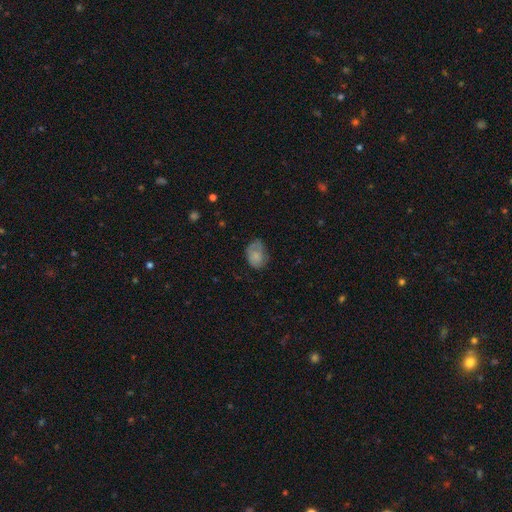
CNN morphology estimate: The model was most divided on "merging": none: 54%, minor disturbance: 32%, major disturbance: 12%, merger: 2%. More confident: how rounded — in between (73%); smooth or featured — smooth (71%).